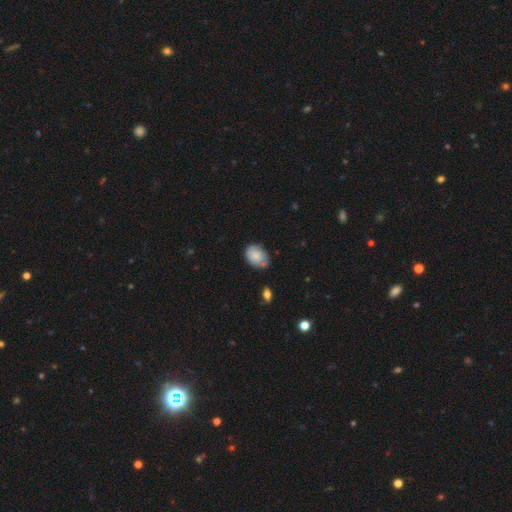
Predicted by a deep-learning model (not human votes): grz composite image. It shows a smooth galaxy with no disk features (83%) that is in between round and cigar-shaped (77%). Merging: none (67%).